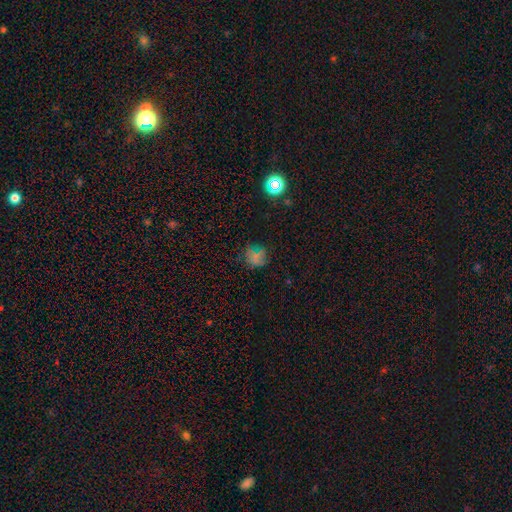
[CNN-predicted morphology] smooth_or_featured: smooth (p=0.54) [alt: star or artifact p=0.32]
how_rounded: round (p=0.81) [alt: in between p=0.18]
merging: none (p=0.69) [alt: minor disturbance p=0.18]